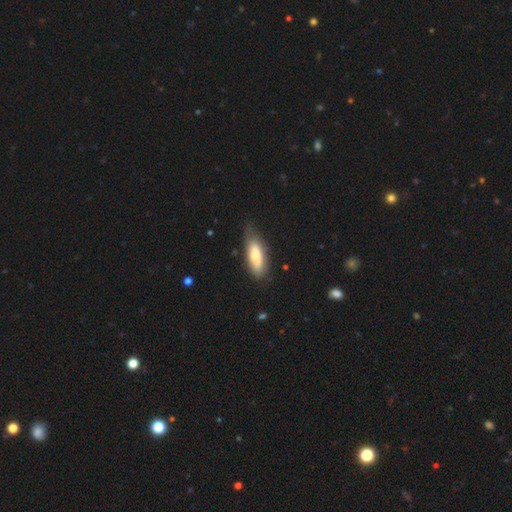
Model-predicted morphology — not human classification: smooth 71%, featured or disk 23%, star or artifact 6%. Down the decision tree: how rounded — in between (68%); merging — none (63%).